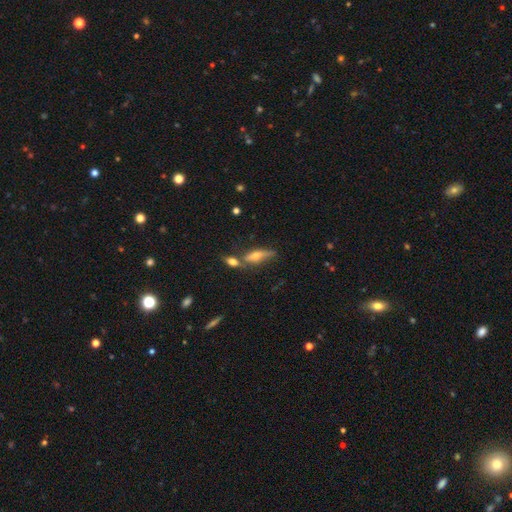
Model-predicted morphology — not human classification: type=featured or disk (51%); edge-on=yes (85%); merging=none (54%).